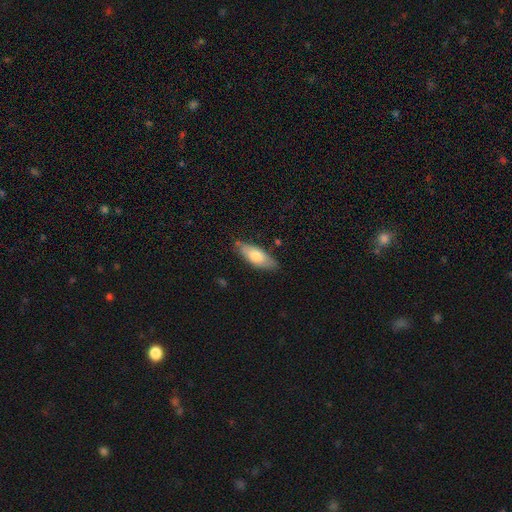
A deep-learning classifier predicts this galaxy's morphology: smooth_or_featured: smooth (p=0.71) [alt: featured or disk p=0.23]
how_rounded: in between (p=0.72) [alt: cigar-shaped p=0.26]
merging: none (p=0.77) [alt: minor disturbance p=0.19]